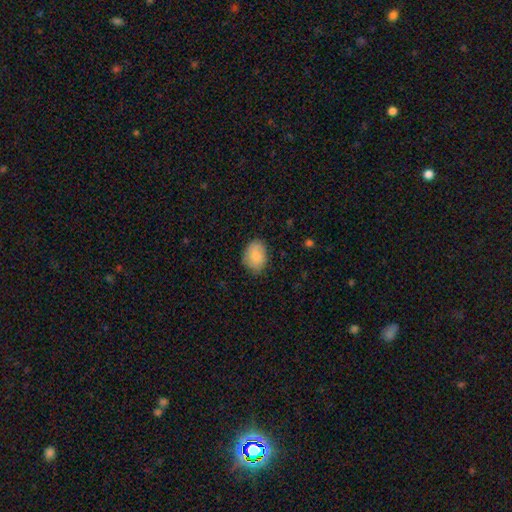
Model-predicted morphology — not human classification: smooth_or_featured: smooth (p=0.83) [alt: featured or disk p=0.11]
how_rounded: in between (p=0.69) [alt: round p=0.30]
merging: none (p=0.79) [alt: minor disturbance p=0.17]